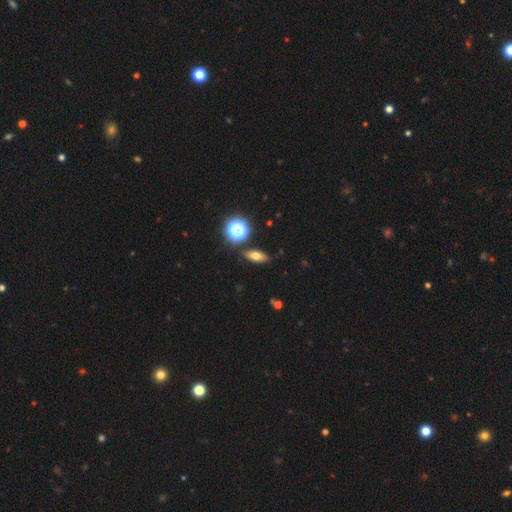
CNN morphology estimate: The model was most divided on "smooth or featured": smooth: 64%, featured or disk: 21%, star or artifact: 15%. More confident: merging — none (84%); how rounded — in between (67%).